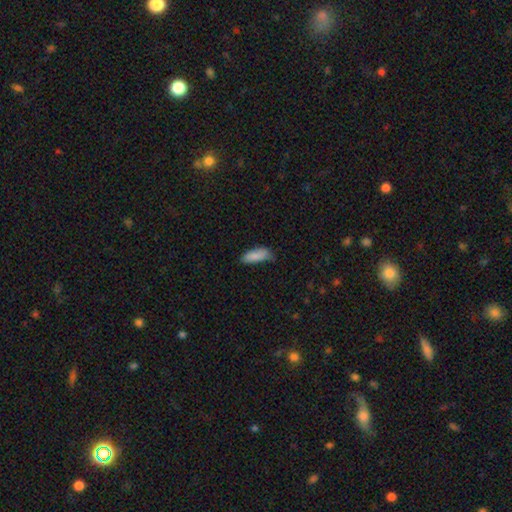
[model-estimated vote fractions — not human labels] Smooth or featured: smooth — 87% (star or artifact — 7%)
How rounded: in between — 74% (cigar-shaped — 24%)
Merging: none — 54% (minor disturbance — 36%)